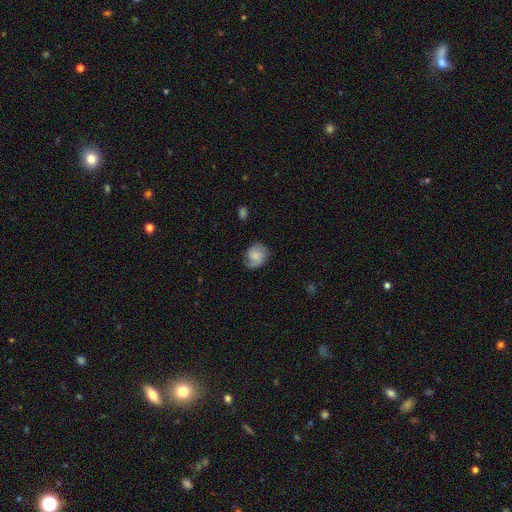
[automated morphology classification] This appears to be a smooth galaxy with no disk features (47%). Merging: none (68%).